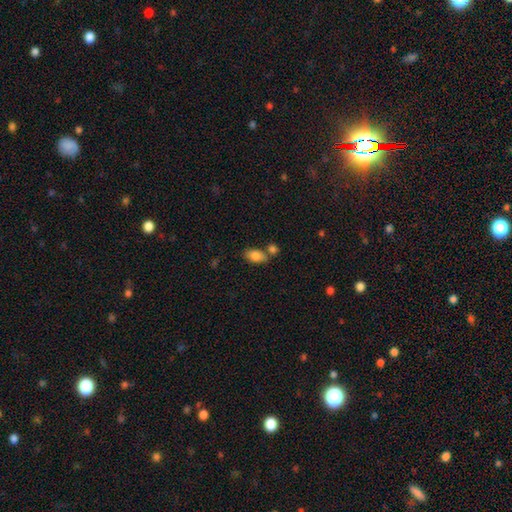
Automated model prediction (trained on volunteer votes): Smooth or featured? Predicted: smooth (p=0.84). How rounded? Predicted: in between (p=0.91). Merging? Predicted: none (p=0.59).